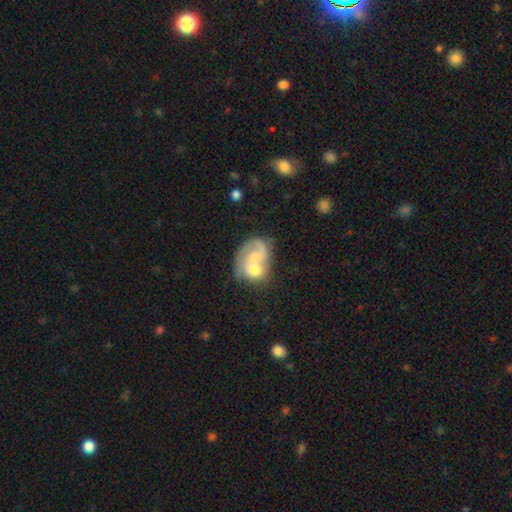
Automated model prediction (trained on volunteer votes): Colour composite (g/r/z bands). It shows a featured or disk galaxy (55%) with no bar (71%), spiral arms (71%) and a moderate central bulge (48%). Merging: merger (63%).